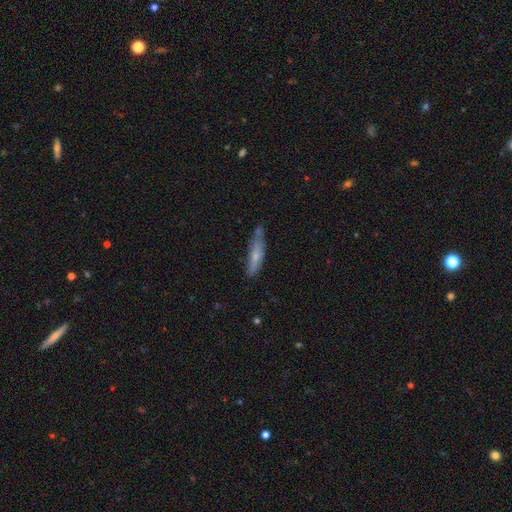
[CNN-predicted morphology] Overall: smooth (63%; featured or disk 30%). How rounded: cigar-shaped (78%). Merging: none (57%; minor disturbance 28%).